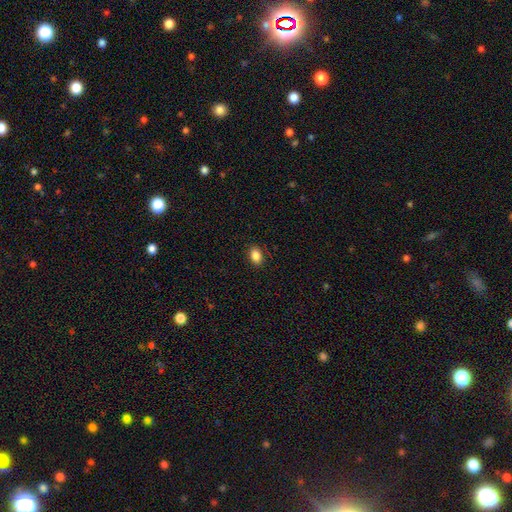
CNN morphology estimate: This appears to be a smooth galaxy with no disk features (87%) that is in between round and cigar-shaped (84%). Merging: none (89%).